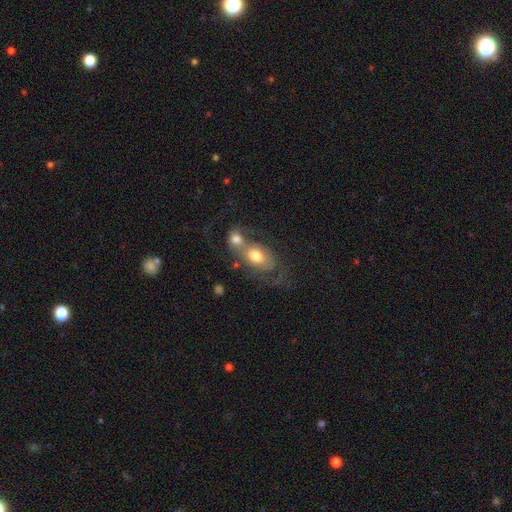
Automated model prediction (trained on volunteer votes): A smooth galaxy with no disk features (52%) that is in between round and cigar-shaped (77%). Merging: merger (59%).